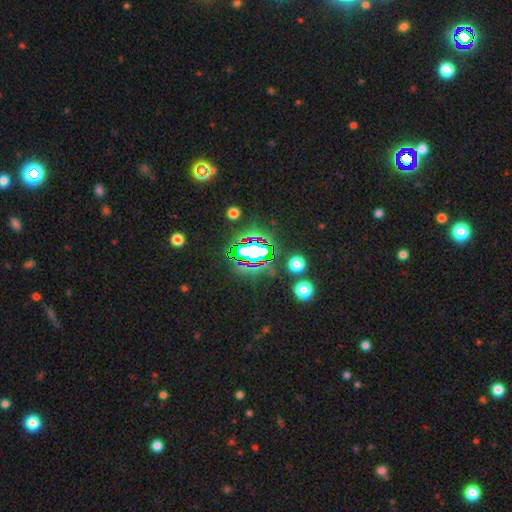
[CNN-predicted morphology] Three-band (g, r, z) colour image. It shows a star or artifact, not a galaxy (65%).